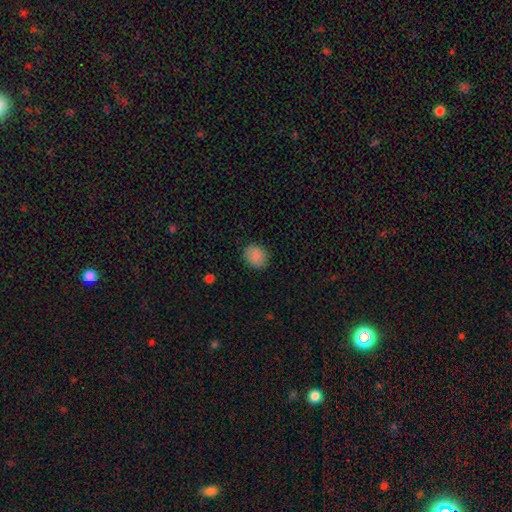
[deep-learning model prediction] Smooth or featured? smooth (87%)
How rounded? round (73%)
Merging? none (86%)